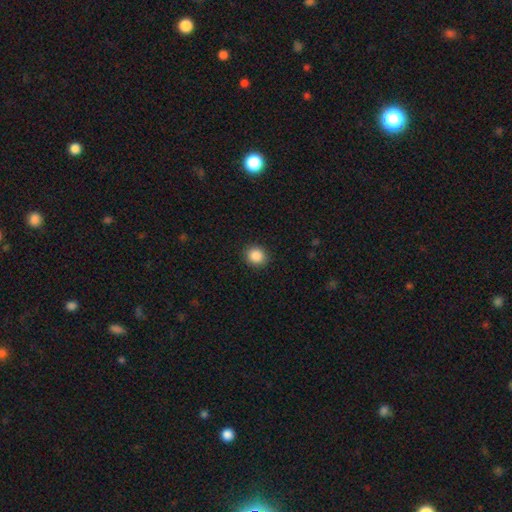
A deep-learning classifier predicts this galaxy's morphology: Smooth or featured? Predicted: smooth (p=0.88). How rounded? Predicted: round (p=0.82). Merging? Predicted: none (p=0.91).